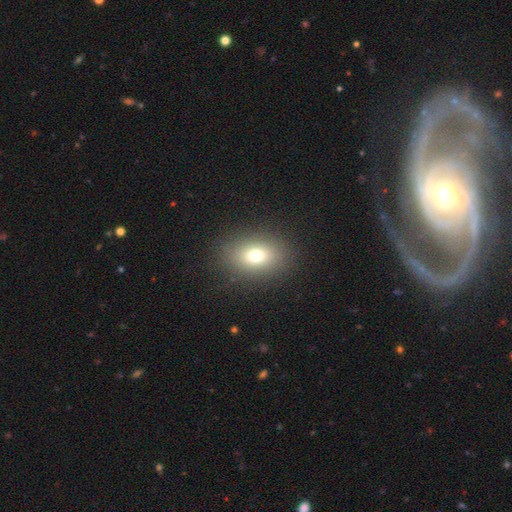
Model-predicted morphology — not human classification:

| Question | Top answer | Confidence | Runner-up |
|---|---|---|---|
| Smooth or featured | smooth | 73% | star or artifact (14%) |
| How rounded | in between | 67% | round (31%) |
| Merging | none | 87% | minor disturbance (7%) |